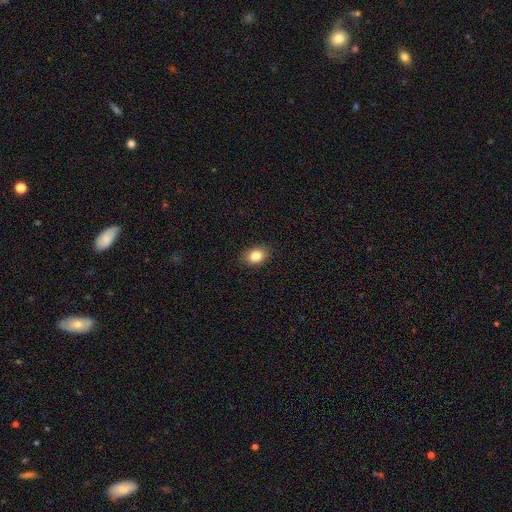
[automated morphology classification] smooth 83%, star or artifact 10%, featured or disk 7%. Down the decision tree: how rounded — in between (67%); merging — none (88%).